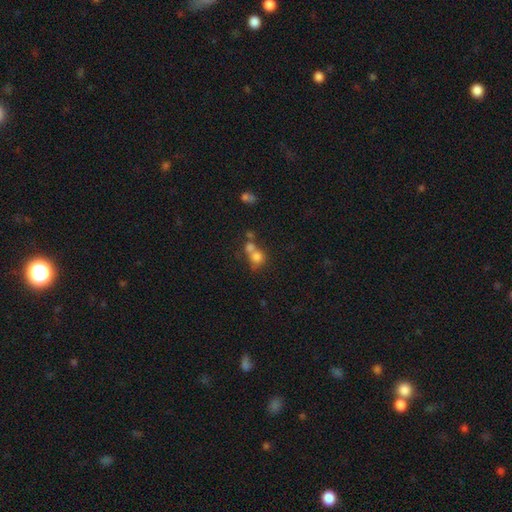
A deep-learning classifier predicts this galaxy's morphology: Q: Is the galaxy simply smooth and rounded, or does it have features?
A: smooth — 72%.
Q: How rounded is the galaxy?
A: round — 77%.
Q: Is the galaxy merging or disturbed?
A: merger — 52%.